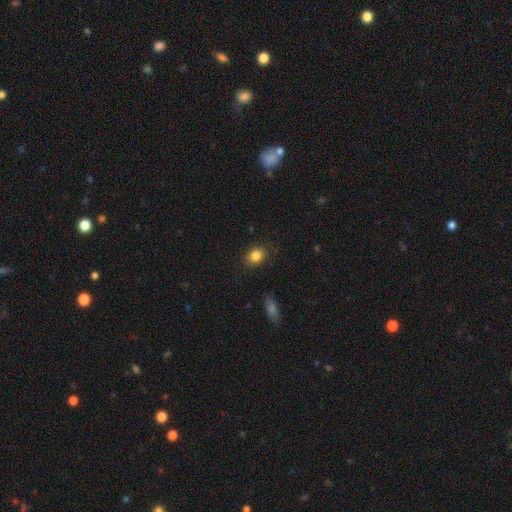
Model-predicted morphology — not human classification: Smooth or featured? Predicted: smooth (p=0.85). How rounded? Predicted: in between (p=0.62). Merging? Predicted: none (p=0.85).